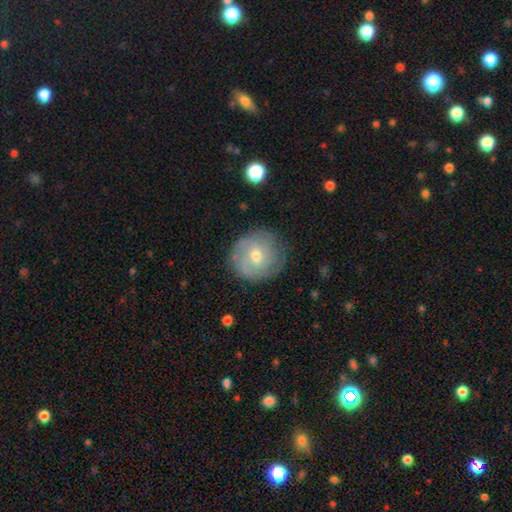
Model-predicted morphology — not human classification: Q: Smooth or featured?
A: featured or disk (52%); runner-up: smooth (40%)
Q: Edge-on disk?
A: no (96%); runner-up: yes (4%)
Q: Bar?
A: no (57%); runner-up: weak (37%)
Q: Spiral arms?
A: yes (74%); runner-up: no (26%)
Q: Bulge size?
A: moderate (58%); runner-up: small (38%)
Q: Merging?
A: none (79%); runner-up: minor disturbance (15%)